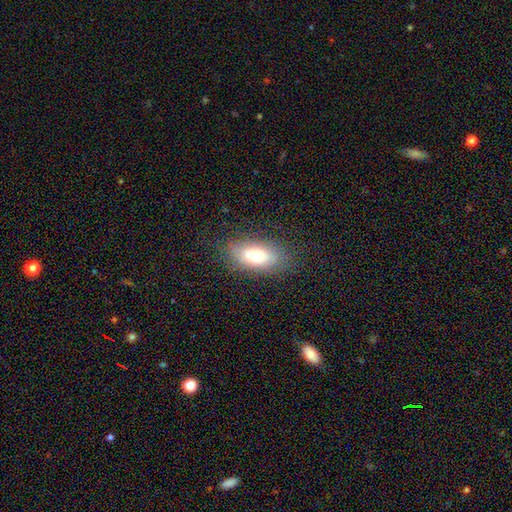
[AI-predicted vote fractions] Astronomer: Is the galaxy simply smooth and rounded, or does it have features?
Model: smooth — 75%.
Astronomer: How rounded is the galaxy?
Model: in between — 88%.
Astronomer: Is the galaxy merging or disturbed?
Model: none — 81%.